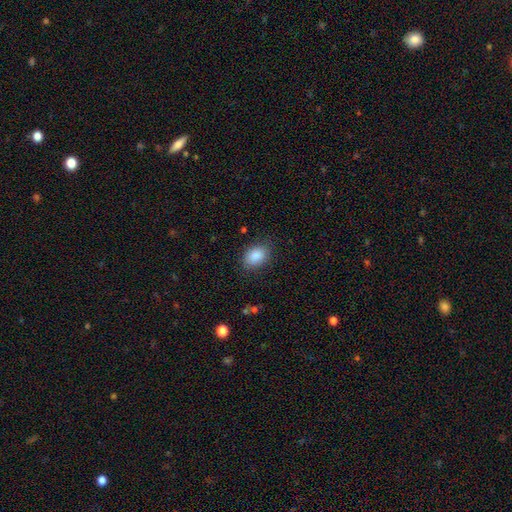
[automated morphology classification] The model was most divided on "how rounded": in between: 79%, round: 19%, cigar-shaped: 1%. More confident: smooth or featured — smooth (88%); merging — none (82%).